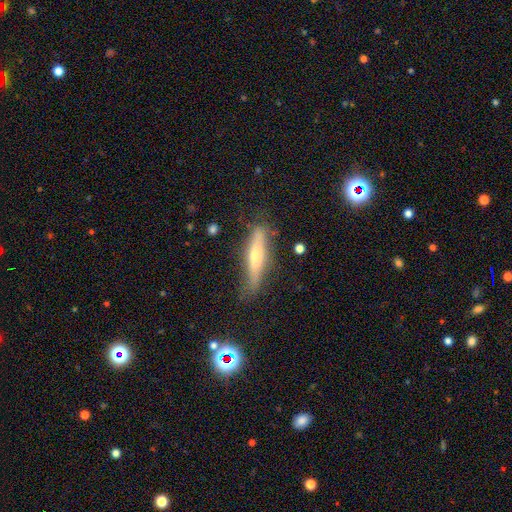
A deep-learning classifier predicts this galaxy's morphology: Smooth or featured? featured or disk (48%)
Merging? none (71%)